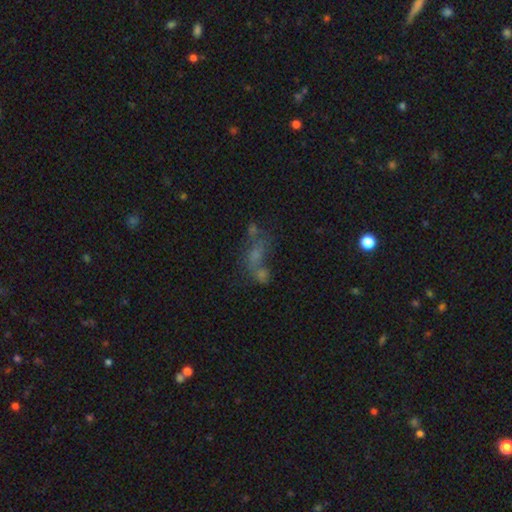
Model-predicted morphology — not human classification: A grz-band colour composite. It shows a smooth galaxy with no disk features (40%). Merging: merger (43%).